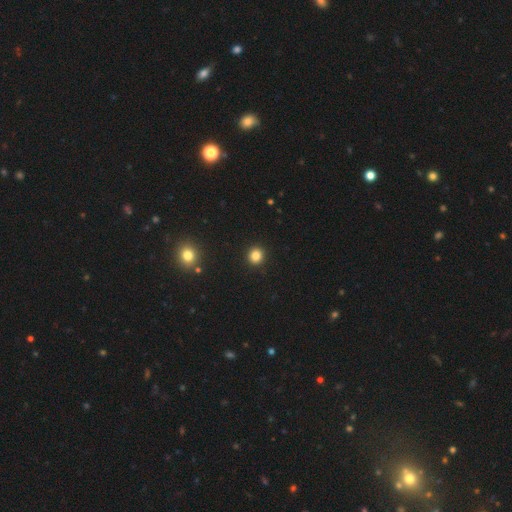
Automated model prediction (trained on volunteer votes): Smooth or featured? Predicted: smooth (p=0.84). How rounded? Predicted: round (p=0.90). Merging? Predicted: none (p=0.93).